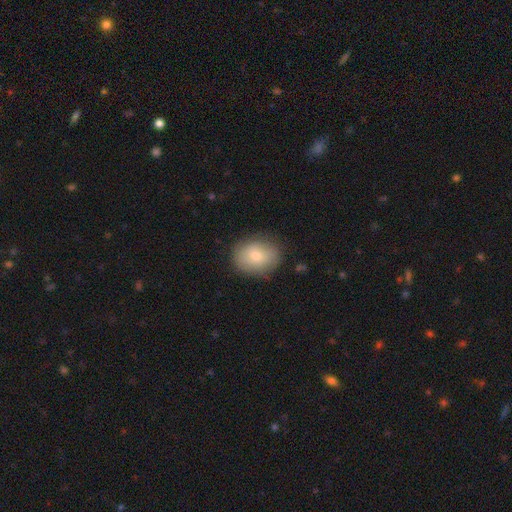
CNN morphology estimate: Smooth or featured? smooth (74%)
How rounded? round (50%)
Merging? none (80%)